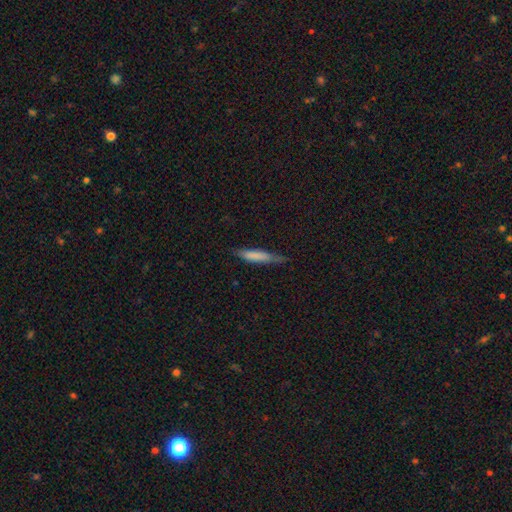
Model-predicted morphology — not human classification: smooth-or-featured: smooth: 71% | featured or disk: 22% | star or artifact: 6%
  how-rounded: cigar-shaped: 88% | in between: 11% | round: 1%
  merging: none: 70% | minor disturbance: 23% | major disturbance: 5% | merger: 2%